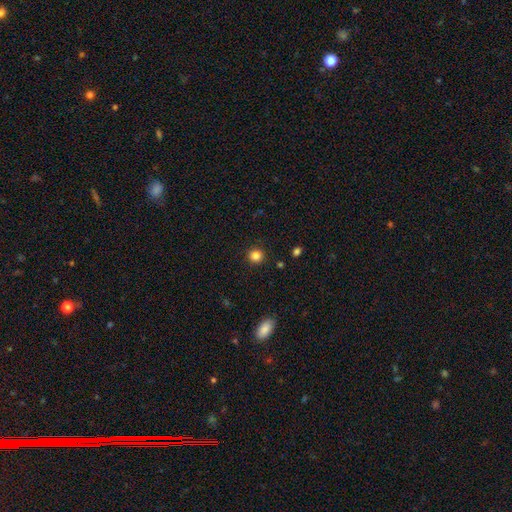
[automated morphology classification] smooth-or-featured: smooth: 84% | star or artifact: 12% | featured or disk: 4%
  how-rounded: round: 93% | in between: 6% | cigar-shaped: 1%
  merging: none: 91% | minor disturbance: 6% | major disturbance: 2% | merger: 1%